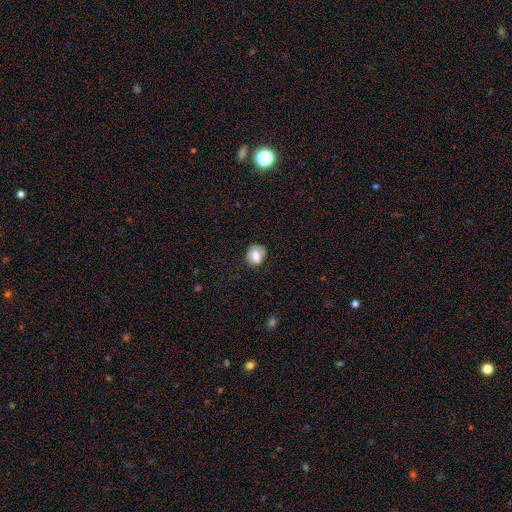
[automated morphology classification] smooth_or_featured: smooth (p=0.81) [alt: featured or disk p=0.10]
how_rounded: round (p=0.61) [alt: in between p=0.38]
merging: none (p=0.66) [alt: minor disturbance p=0.24]